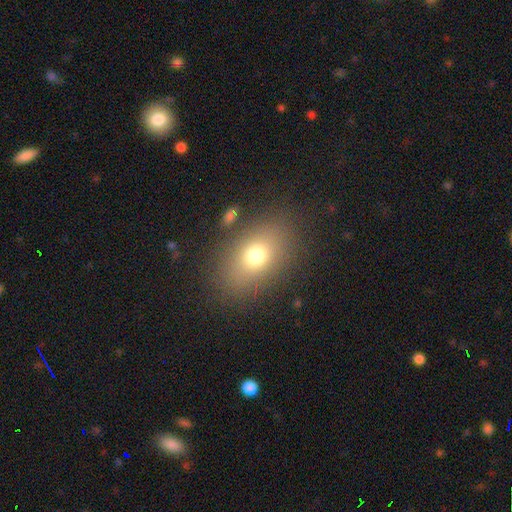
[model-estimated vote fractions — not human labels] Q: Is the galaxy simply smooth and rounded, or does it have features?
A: smooth — 73%.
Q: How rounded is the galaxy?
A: in between — 78%.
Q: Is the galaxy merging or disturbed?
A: none — 82%.